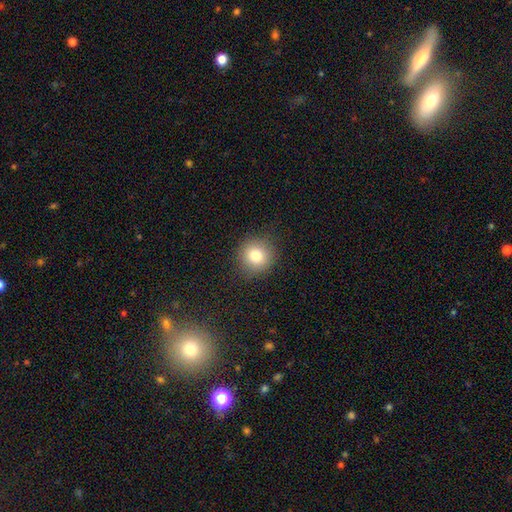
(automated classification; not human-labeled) This appears to be a smooth galaxy with no disk features (81%) that is round (90%). Merging: none (88%).